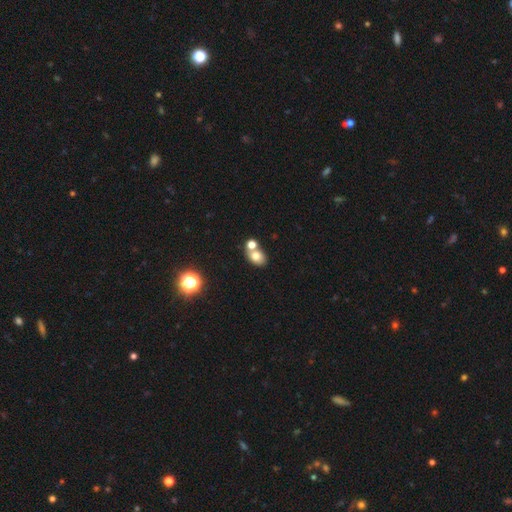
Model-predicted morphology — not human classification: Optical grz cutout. It shows a smooth galaxy with no disk features (74%) that is in between round and cigar-shaped (67%). Merging: none (48%).